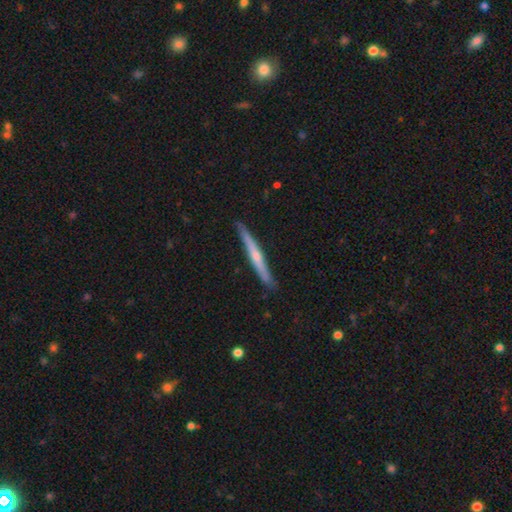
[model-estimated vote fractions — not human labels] smooth_or_featured: featured or disk (p=0.60) [alt: smooth p=0.34]
disk_edge_on: yes (p=0.97) [alt: no p=0.03]
edge_on_bulge: rounded (p=0.59) [alt: none p=0.36]
merging: none (p=0.90) [alt: minor disturbance p=0.08]